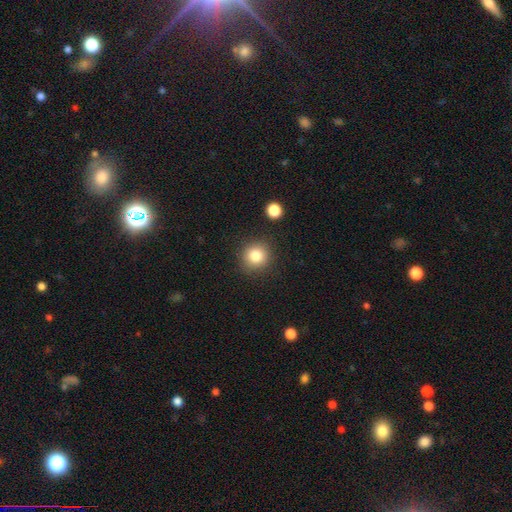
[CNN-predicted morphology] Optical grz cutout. It shows a smooth galaxy with no disk features (82%) that is round (90%). Merging: none (87%).